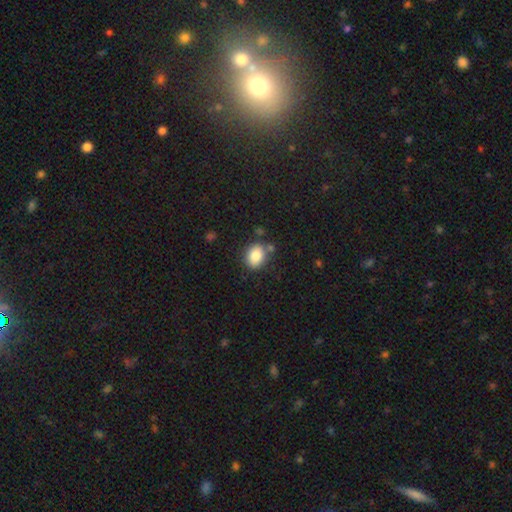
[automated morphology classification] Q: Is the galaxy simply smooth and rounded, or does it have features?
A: smooth — 84%.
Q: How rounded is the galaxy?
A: in between — 54%.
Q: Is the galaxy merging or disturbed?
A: none — 77%.